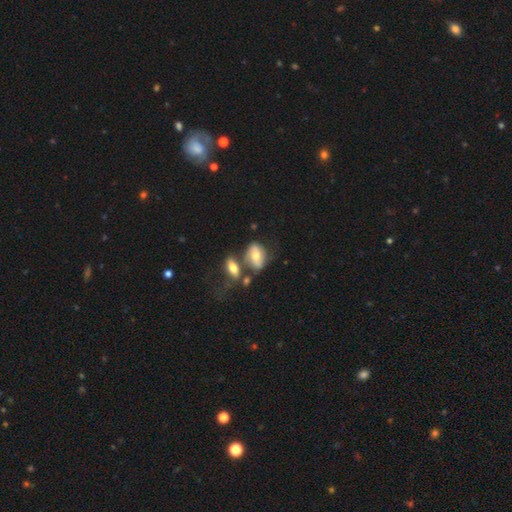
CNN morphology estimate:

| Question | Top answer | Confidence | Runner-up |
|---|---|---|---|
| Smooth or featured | smooth | 51% | featured or disk (41%) |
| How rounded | in between | 80% | round (16%) |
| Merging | none | 42% | merger (31%) |